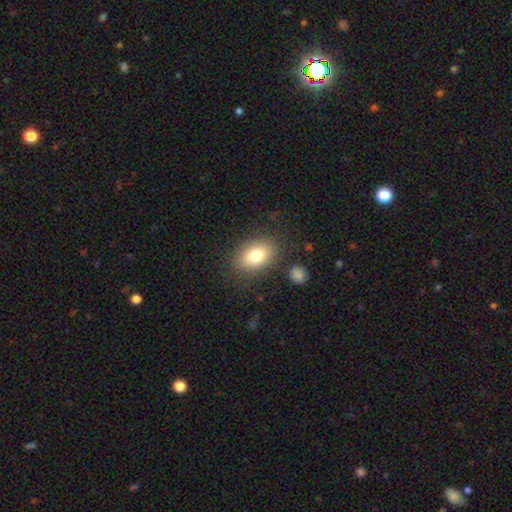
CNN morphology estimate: A smooth galaxy with no disk features (79%) that is in between round and cigar-shaped (81%). Merging: none (82%).